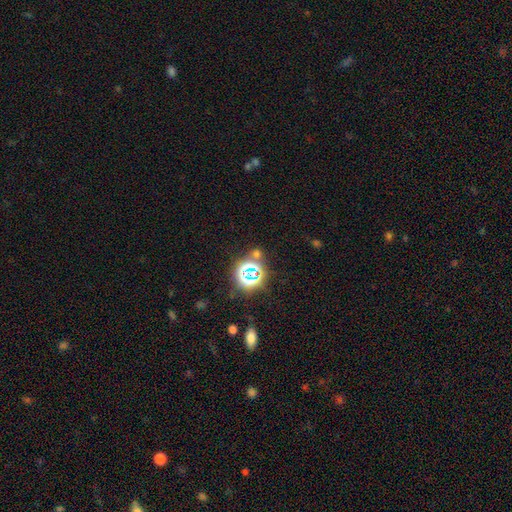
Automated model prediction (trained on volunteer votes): Smooth or featured? star or artifact (71%)